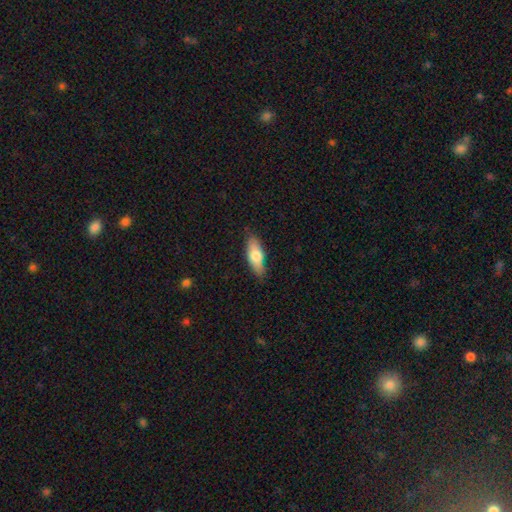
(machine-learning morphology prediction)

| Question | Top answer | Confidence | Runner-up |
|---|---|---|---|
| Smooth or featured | smooth | 71% | featured or disk (24%) |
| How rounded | in between | 67% | cigar-shaped (31%) |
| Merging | none | 82% | minor disturbance (14%) |